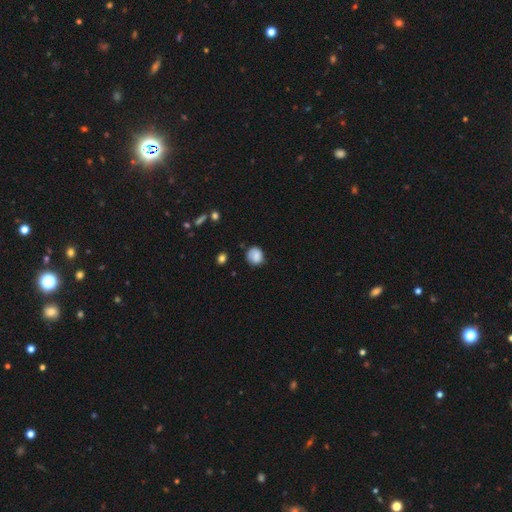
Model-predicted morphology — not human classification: smooth 80%, featured or disk 11%, star or artifact 9%. Down the decision tree: how rounded — round (74%); merging — none (68%).